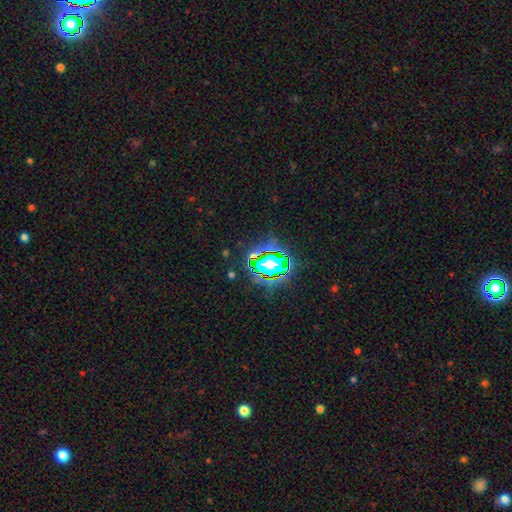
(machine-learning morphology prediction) Overall: star or artifact (78%).